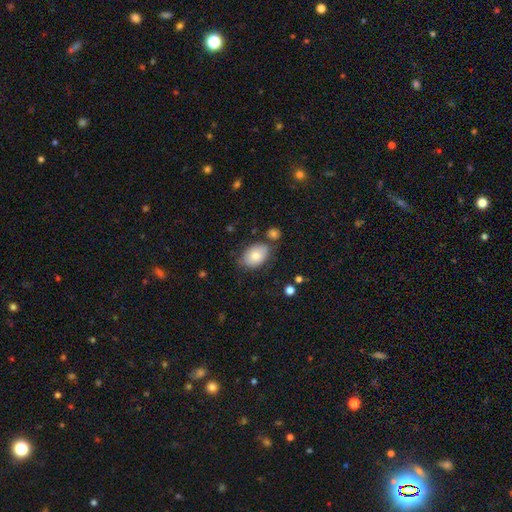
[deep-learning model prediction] smooth_or_featured: smooth (p=0.79) [alt: featured or disk p=0.13]
how_rounded: in between (p=0.86) [alt: round p=0.12]
merging: none (p=0.67) [alt: minor disturbance p=0.20]